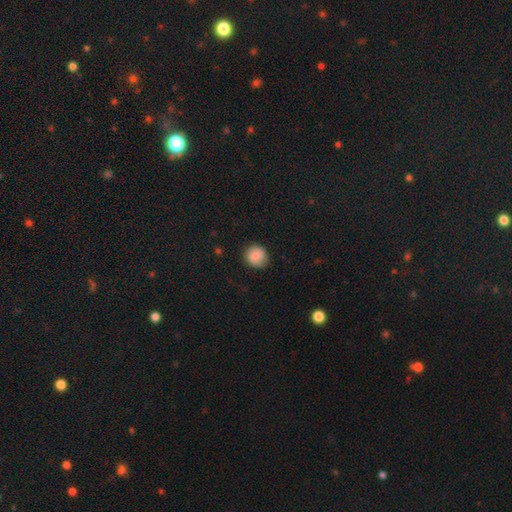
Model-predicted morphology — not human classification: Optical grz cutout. It shows a smooth galaxy with no disk features (86%) that is round (88%). Merging: none (83%).